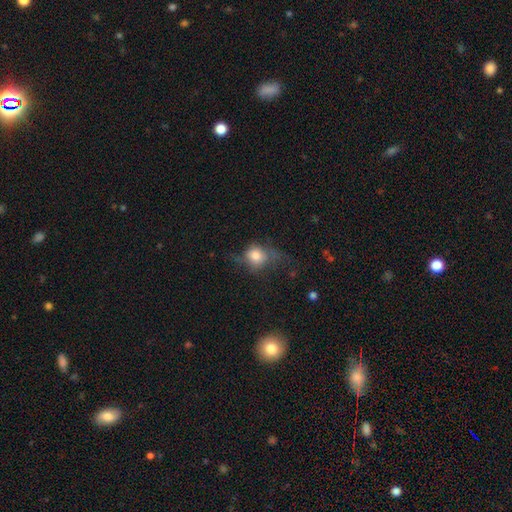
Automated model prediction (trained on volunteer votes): A smooth galaxy with no disk features (67%) that is round (73%). Merging: none (41%).